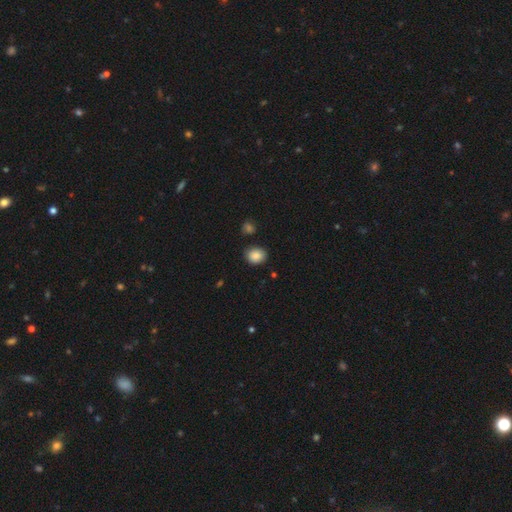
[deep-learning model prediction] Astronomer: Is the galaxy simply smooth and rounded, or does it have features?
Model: smooth — 86%.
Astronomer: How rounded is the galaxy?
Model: round — 62%.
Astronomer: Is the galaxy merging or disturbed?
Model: none — 84%.